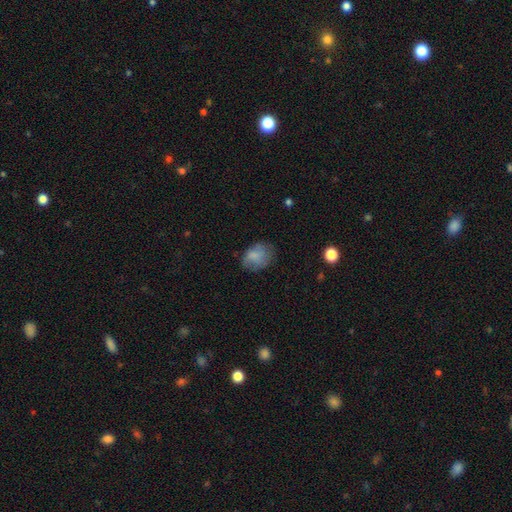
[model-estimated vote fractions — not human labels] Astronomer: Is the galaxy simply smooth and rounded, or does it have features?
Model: smooth — 76%.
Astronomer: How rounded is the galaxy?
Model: in between — 69%.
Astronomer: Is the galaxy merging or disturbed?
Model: none — 62%.